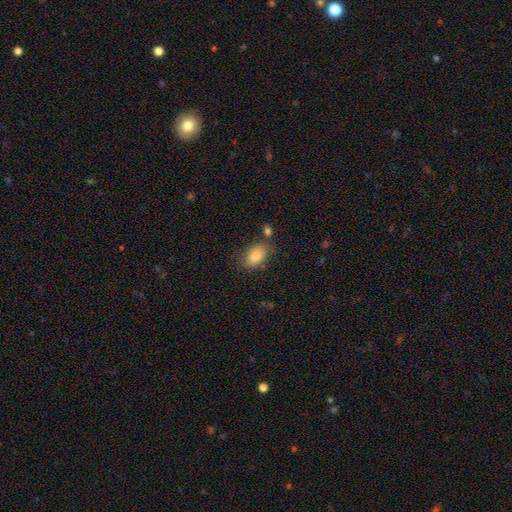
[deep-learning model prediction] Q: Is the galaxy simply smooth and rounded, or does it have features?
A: smooth — 81%.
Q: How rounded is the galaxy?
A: in between — 88%.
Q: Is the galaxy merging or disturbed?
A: none — 73%.